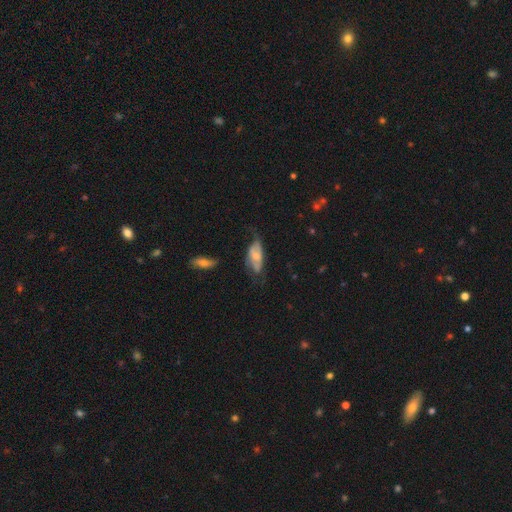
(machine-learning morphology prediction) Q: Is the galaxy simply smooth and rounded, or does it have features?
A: featured or disk — 49%.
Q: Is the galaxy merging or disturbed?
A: none — 39%.